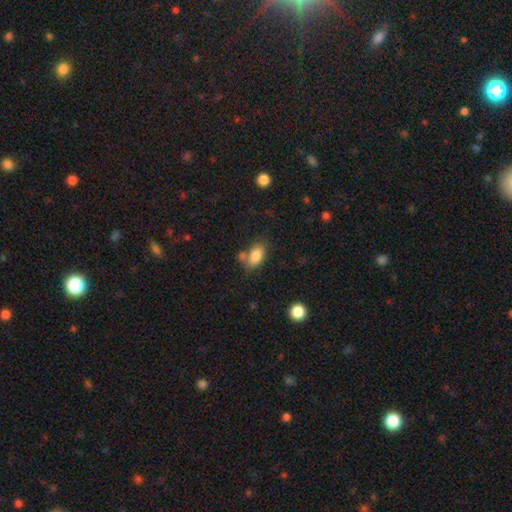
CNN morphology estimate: smooth 84%, featured or disk 8%, star or artifact 8%. Down the decision tree: how rounded — in between (89%); merging — none (61%).